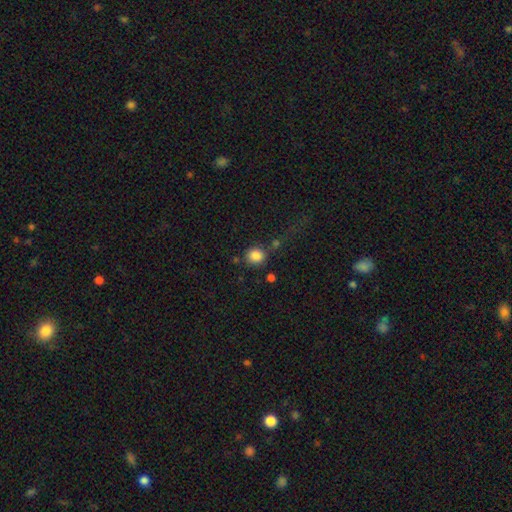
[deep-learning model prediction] smooth-or-featured: smooth: 85% | star or artifact: 10% | featured or disk: 5%
  how-rounded: round: 86% | in between: 13% | cigar-shaped: 1%
  merging: none: 74% | minor disturbance: 11% | merger: 10% | major disturbance: 6%